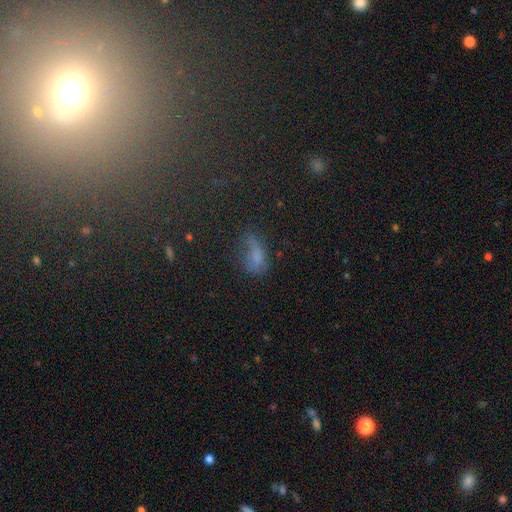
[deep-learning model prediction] Smooth or featured: smooth — 56% (star or artifact — 23%)
How rounded: in between — 79% (cigar-shaped — 13%)
Merging: none — 35% (major disturbance — 30%)